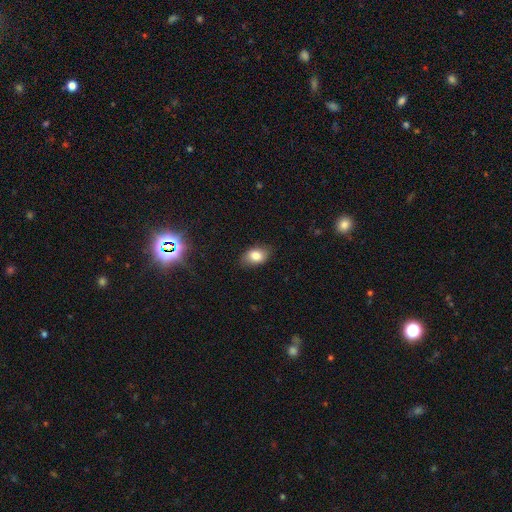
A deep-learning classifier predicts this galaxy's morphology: Overall: smooth (82%). How rounded: in between (83%). Merging: none (81%).